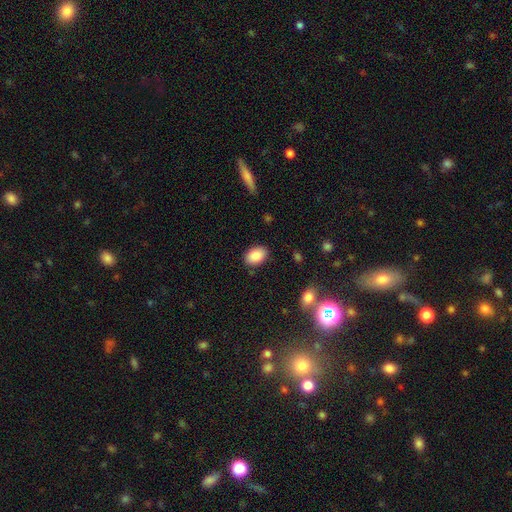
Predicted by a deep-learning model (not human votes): smooth 87%, star or artifact 8%, featured or disk 5%. Down the decision tree: how rounded — in between (86%); merging — none (85%).